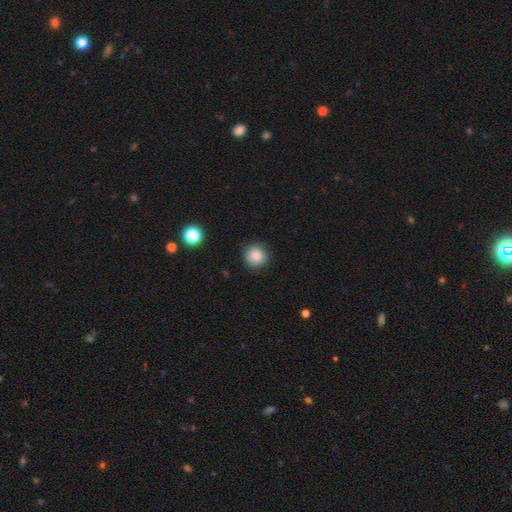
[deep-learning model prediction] Morphology: type=smooth (86%); roundness=round (93%); merging=none (88%).